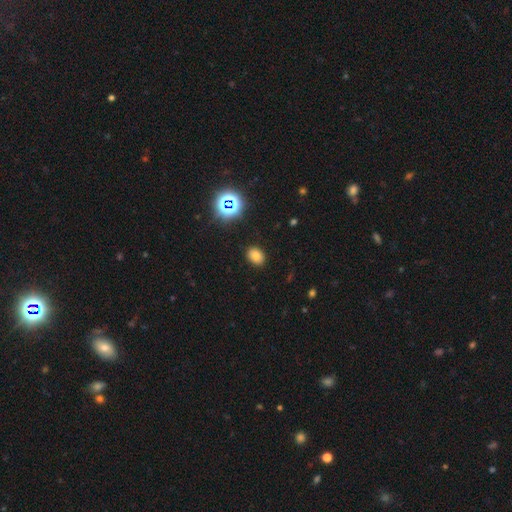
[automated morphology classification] A smooth galaxy with no disk features (75%) that is in between round and cigar-shaped (69%). Merging: none (87%).